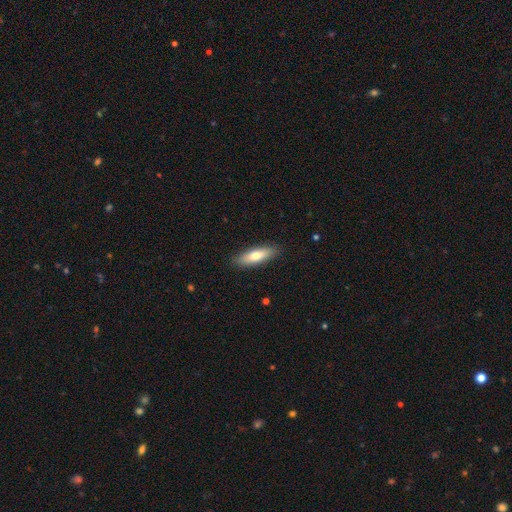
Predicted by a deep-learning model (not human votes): Overall: smooth (71%). How rounded: cigar-shaped (49%, tied with in between). Merging: none (88%).